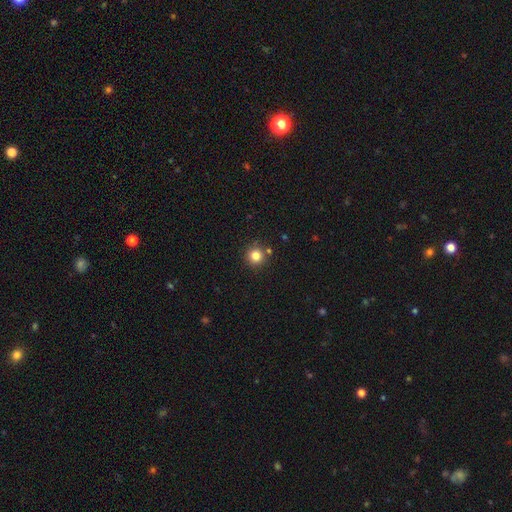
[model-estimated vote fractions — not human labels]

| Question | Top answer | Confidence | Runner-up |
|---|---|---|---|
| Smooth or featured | smooth | 82% | star or artifact (12%) |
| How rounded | round | 95% | in between (4%) |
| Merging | none | 85% | minor disturbance (7%) |